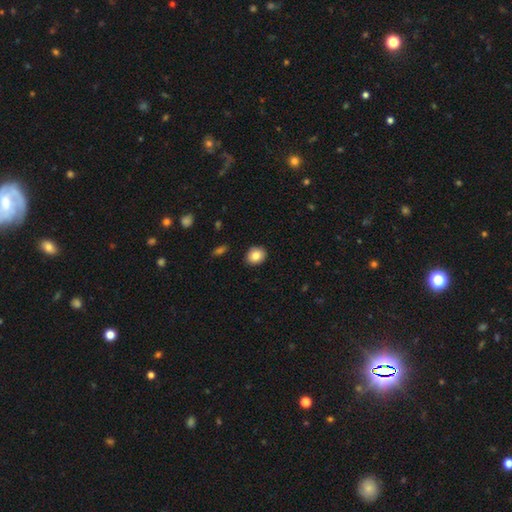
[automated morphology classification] This is clearly a smooth galaxy (84%). How rounded: likely round (67%). Merging: clearly none (90%).